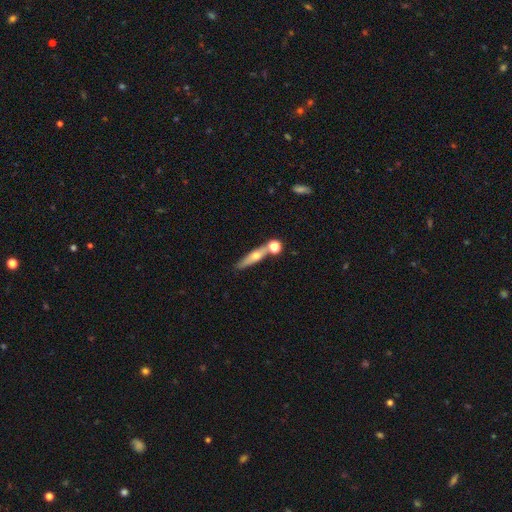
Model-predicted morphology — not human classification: Smooth or featured? Predicted: smooth (p=0.46). Merging? Predicted: none (p=0.65).